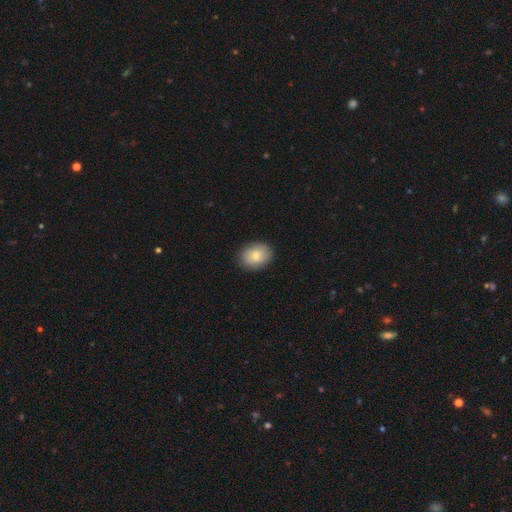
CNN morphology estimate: Smooth or featured? Predicted: smooth (p=0.81). How rounded? Predicted: in between (p=0.67). Merging? Predicted: none (p=0.88).